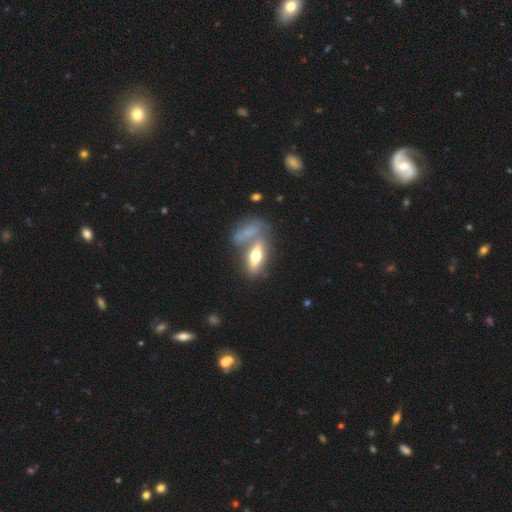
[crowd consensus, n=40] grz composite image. It shows a smooth galaxy with no disk features (50%) that is in between round and cigar-shaped (60%). Merging: none (56%).